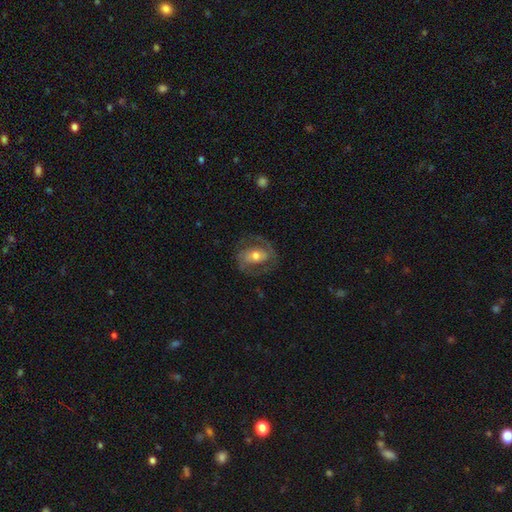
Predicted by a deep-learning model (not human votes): A featured or disk galaxy (71%) with no bar (43%), 2 (84%) medium (50%) spiral arms (81%) and a moderate central bulge (66%). Merging: none (70%).